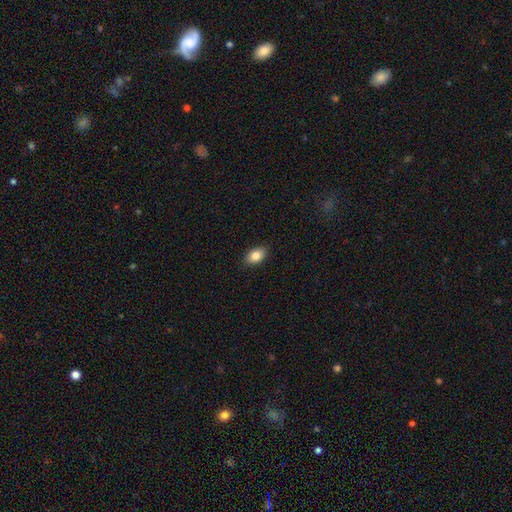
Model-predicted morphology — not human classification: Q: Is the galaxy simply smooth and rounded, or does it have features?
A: smooth — 85%.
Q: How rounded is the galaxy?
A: in between — 87%.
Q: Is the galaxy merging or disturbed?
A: none — 88%.